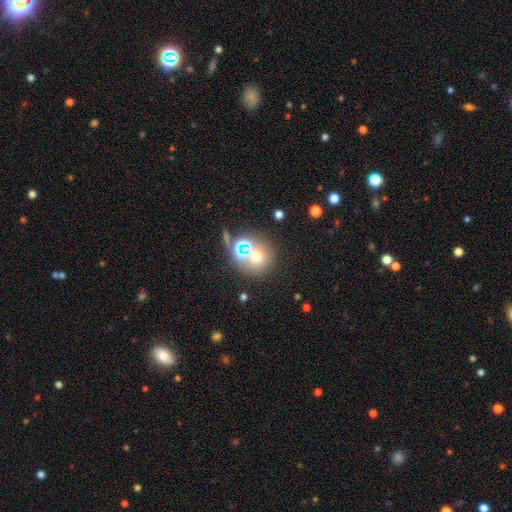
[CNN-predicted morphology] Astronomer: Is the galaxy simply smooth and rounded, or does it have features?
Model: smooth — 58%.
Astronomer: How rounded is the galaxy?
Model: round — 86%.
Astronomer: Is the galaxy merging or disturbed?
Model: none — 57%.